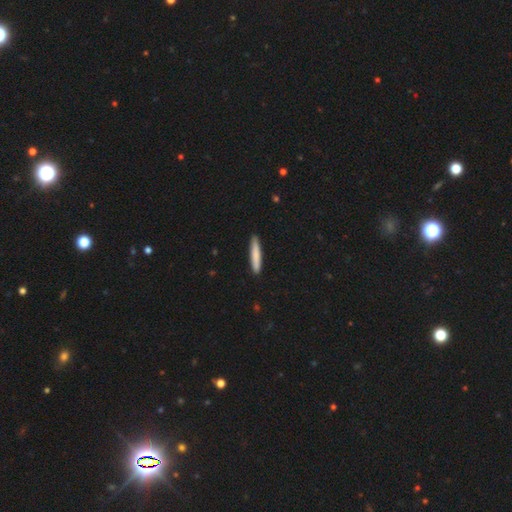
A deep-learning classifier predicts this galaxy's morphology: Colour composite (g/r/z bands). It shows a smooth galaxy with no disk features (81%) that is cigar-shaped (93%). Merging: none (90%).